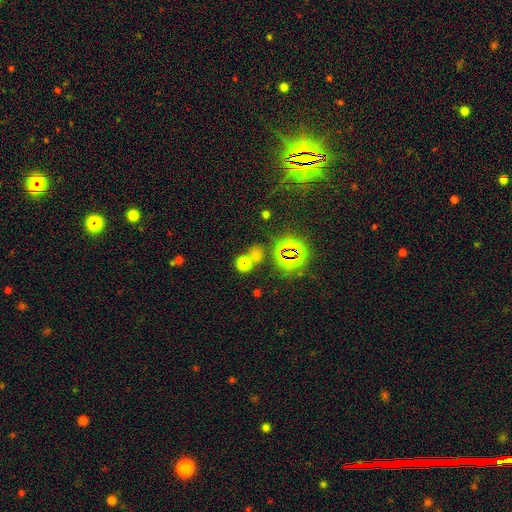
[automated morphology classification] A smooth galaxy with no disk features (48%).

Vote fractions:
- Smooth or featured? smooth: 48% / star or artifact: 42% / featured or disk: 10%
- Merging? none: 52% / merger: 34% / minor disturbance: 9% / major disturbance: 5%